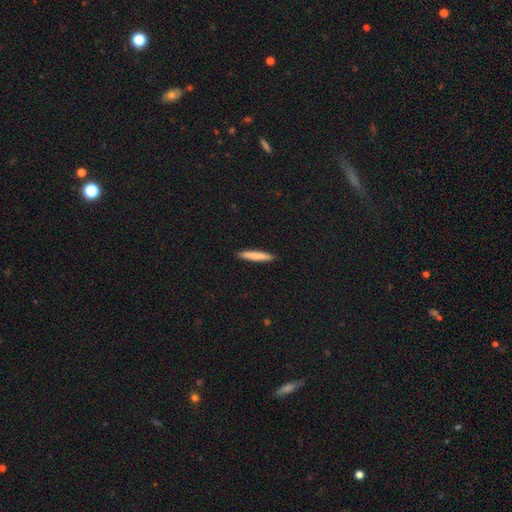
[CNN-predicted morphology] A smooth galaxy with no disk features (80%) that is cigar-shaped (94%). Merging: none (92%).